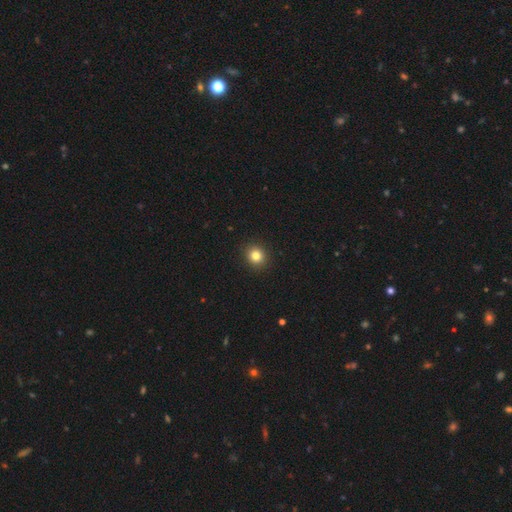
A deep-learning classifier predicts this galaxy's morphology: This appears to be a smooth galaxy with no disk features (82%) that is round (86%). Merging: none (93%).